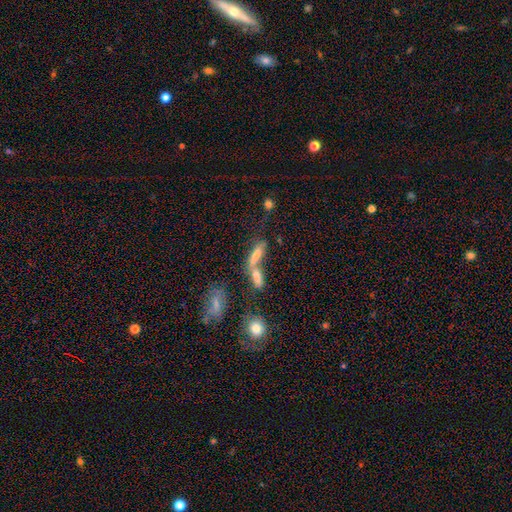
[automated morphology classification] Smooth or featured: smooth — 57% (featured or disk — 26%)
How rounded: cigar-shaped — 53% (in between — 41%)
Merging: merger — 53% (none — 29%)